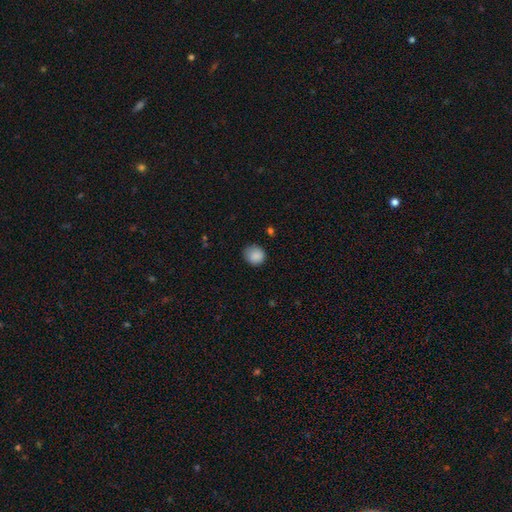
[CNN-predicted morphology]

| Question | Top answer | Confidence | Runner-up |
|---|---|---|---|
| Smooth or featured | smooth | 87% | star or artifact (9%) |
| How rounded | round | 82% | in between (17%) |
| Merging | none | 77% | minor disturbance (18%) |